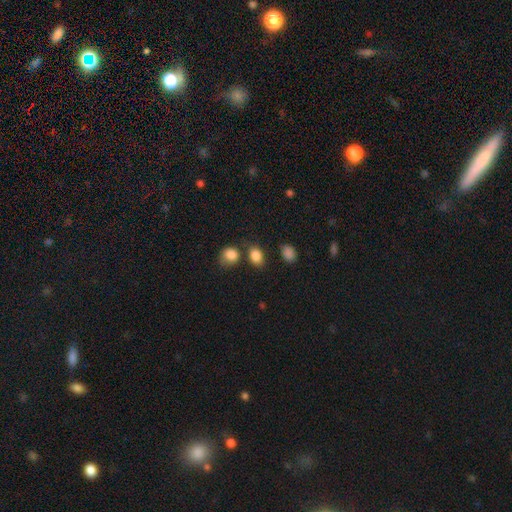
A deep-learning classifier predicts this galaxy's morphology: A smooth galaxy with no disk features (85%) that is in between round and cigar-shaped (66%).

Vote fractions:
- Smooth or featured? smooth: 85% / star or artifact: 10% / featured or disk: 5%
- How rounded? in between: 66% / round: 33% / cigar-shaped: 1%
- Merging? none: 66% / merger: 15% / minor disturbance: 14% / major disturbance: 5%